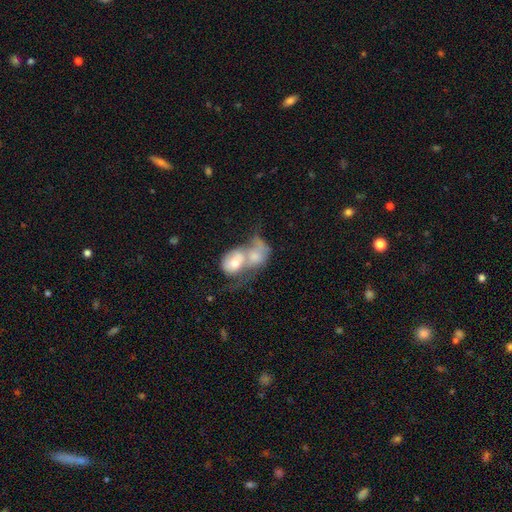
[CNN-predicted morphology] Smooth or featured? Predicted: smooth (p=0.58). How rounded? Predicted: in between (p=0.63). Merging? Predicted: merger (p=0.80).